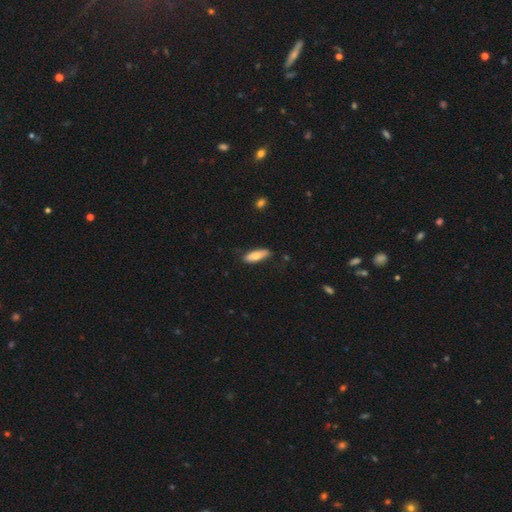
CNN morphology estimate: Smooth or featured?
  - smooth: 75% *
  - featured or disk: 20%
  - star or artifact: 6%
How rounded?
  - in between: 51% *
  - cigar-shaped: 47%
  - round: 2%
Merging?
  - none: 79% *
  - minor disturbance: 16%
  - major disturbance: 3%
  - merger: 1%